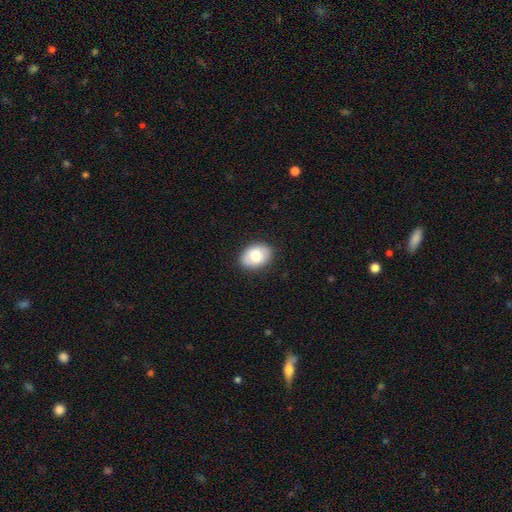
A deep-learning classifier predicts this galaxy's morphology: This is likely a smooth galaxy (76%). How rounded: likely in between (76%). Merging: clearly none (85%).